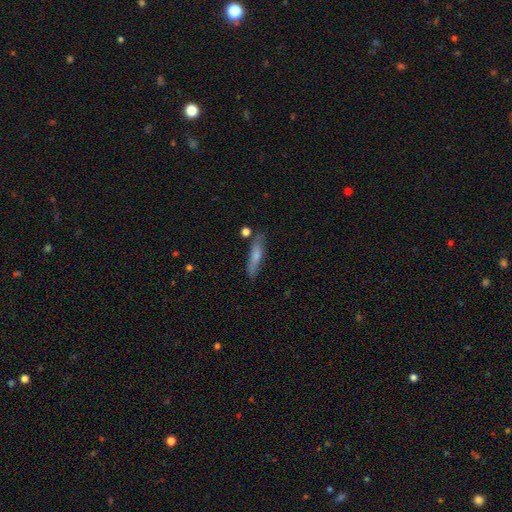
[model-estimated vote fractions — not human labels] This appears to be a smooth galaxy with no disk features (64%) that is cigar-shaped (79%). Merging: none (73%).